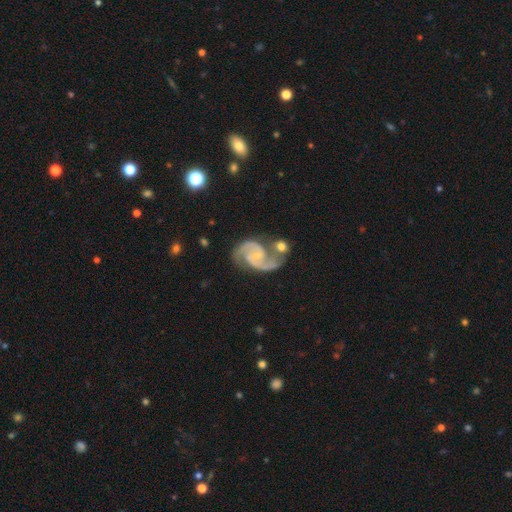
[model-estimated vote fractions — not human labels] Overall: featured or disk (92%). Edge-on disk: no (98%). Bar: no (48%; weak 41%). Spiral arms: yes (98%). Spiral arm count: 2 (93%). Spiral winding: medium (61%; tight 21%). Bulge size: small (67%). Merging: none (51%; merger 22%).